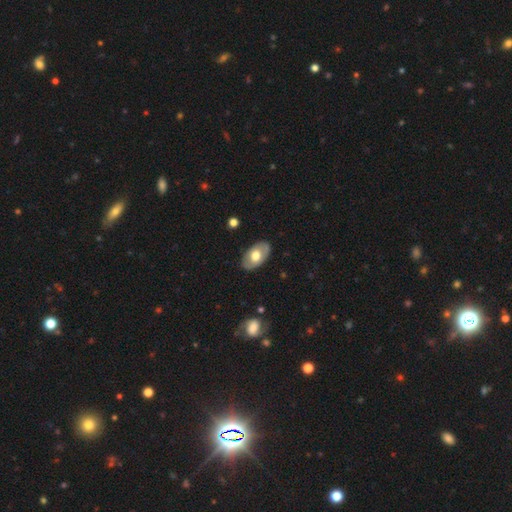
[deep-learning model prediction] The model was most divided on "smooth or featured": smooth: 56%, featured or disk: 38%, star or artifact: 5%. More confident: how rounded — in between (91%); merging — none (84%).